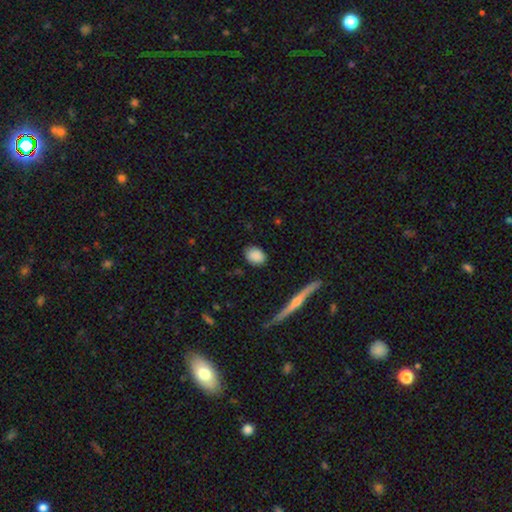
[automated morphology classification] This is clearly a smooth galaxy (87%). How rounded: likely in between (67%). Merging: clearly none (84%).